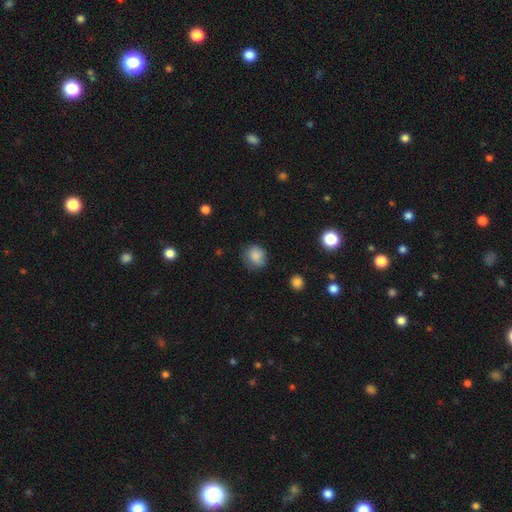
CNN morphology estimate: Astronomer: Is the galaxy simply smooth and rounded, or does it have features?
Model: smooth — 85%.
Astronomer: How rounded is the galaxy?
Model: round — 78%.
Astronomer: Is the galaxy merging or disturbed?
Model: none — 73%.